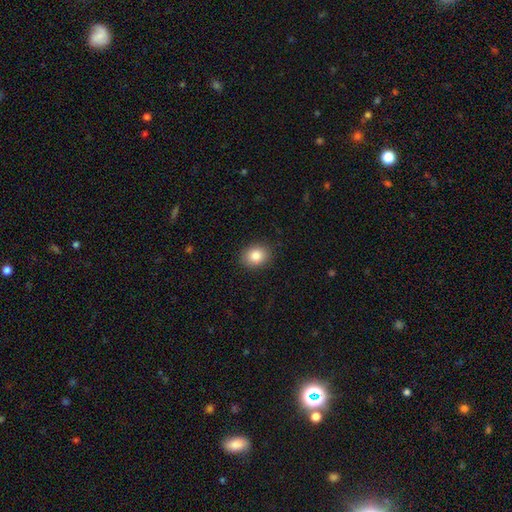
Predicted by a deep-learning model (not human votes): A smooth galaxy with no disk features (84%) that is round (56%). Merging: none (88%).